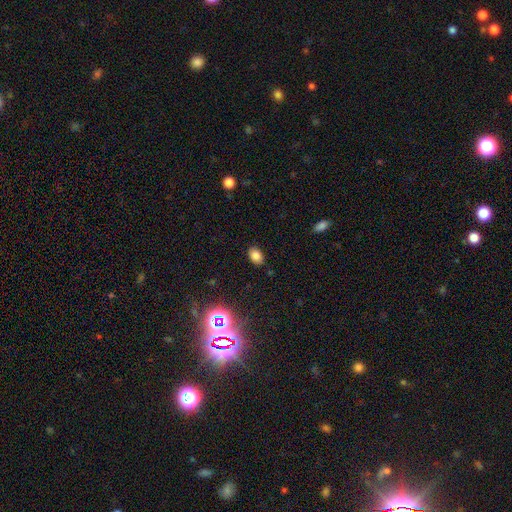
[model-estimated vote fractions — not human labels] This is likely a smooth galaxy (78%). How rounded: clearly in between (82%). Merging: clearly none (86%).